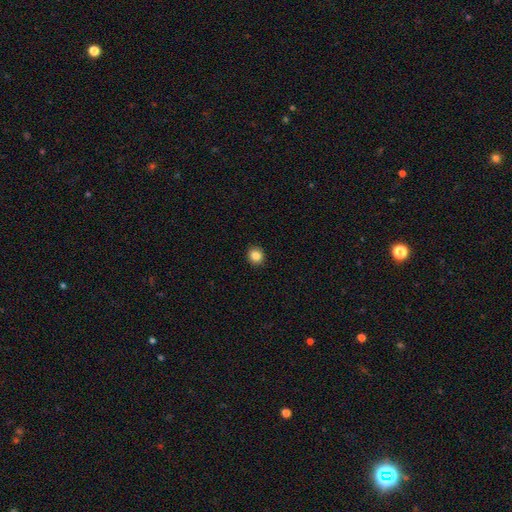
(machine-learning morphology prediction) smooth 86%, star or artifact 10%, featured or disk 4%. Down the decision tree: how rounded — round (82%); merging — none (92%).